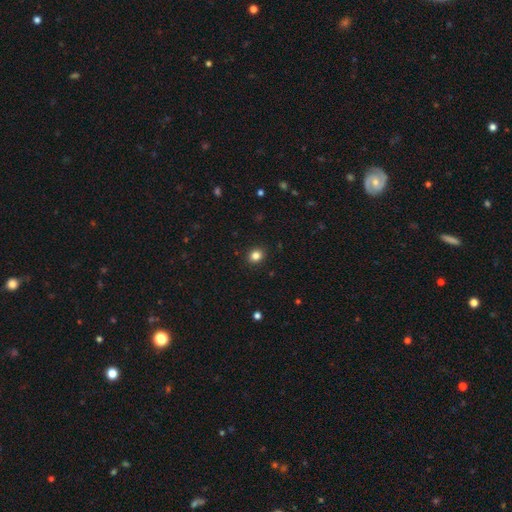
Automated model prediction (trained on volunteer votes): Smooth or featured? smooth (84%)
How rounded? round (67%)
Merging? none (91%)